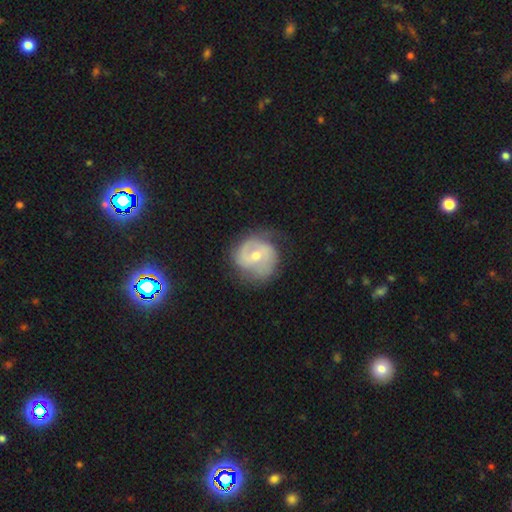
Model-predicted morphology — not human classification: Overall: featured or disk (75%). Edge-on disk: no (98%). Bar: weak (50%; no 33%). Spiral arms: yes (89%). Spiral arm count: 2 (73%). Spiral winding: medium (45%; tight 35%). Bulge size: moderate (52%; small 44%). Merging: none (65%).